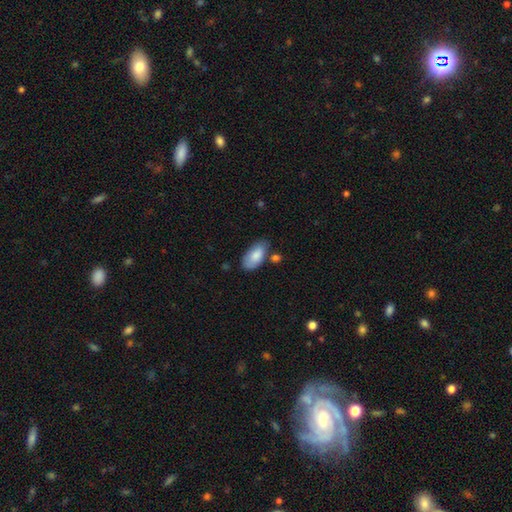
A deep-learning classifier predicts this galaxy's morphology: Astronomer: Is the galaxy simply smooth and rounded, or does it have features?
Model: smooth — 81%.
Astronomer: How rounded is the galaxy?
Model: in between — 94%.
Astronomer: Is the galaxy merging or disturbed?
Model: none — 63%.